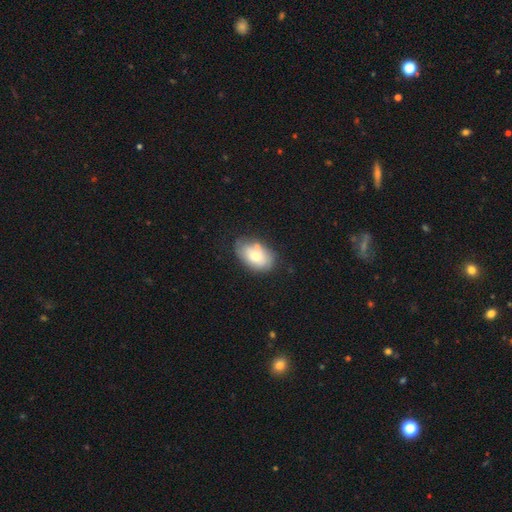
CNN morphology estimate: smooth 71%, featured or disk 22%, star or artifact 7%. Down the decision tree: how rounded — in between (90%); merging — none (66%).